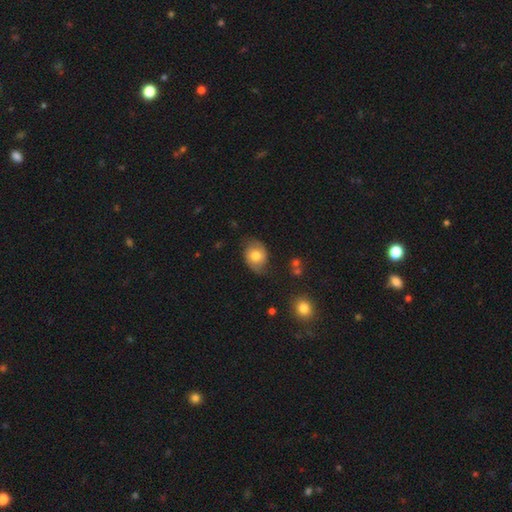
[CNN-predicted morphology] Smooth or featured?
  - smooth: 58% *
  - featured or disk: 34%
  - star or artifact: 8%
How rounded?
  - in between: 62% *
  - round: 37%
  - cigar-shaped: 1%
Merging?
  - none: 66% *
  - minor disturbance: 25%
  - major disturbance: 7%
  - merger: 2%